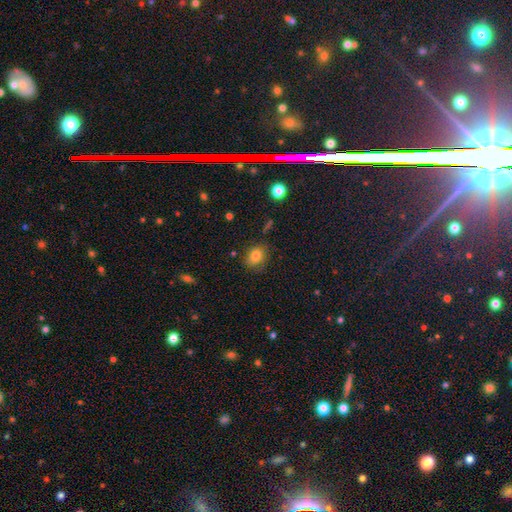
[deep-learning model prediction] A smooth galaxy with no disk features (79%) that is in between round and cigar-shaped (57%).

Vote fractions:
- Smooth or featured? smooth: 79% / star or artifact: 12% / featured or disk: 10%
- How rounded? in between: 57% / round: 41% / cigar-shaped: 1%
- Merging? none: 76% / minor disturbance: 17% / major disturbance: 4% / merger: 2%